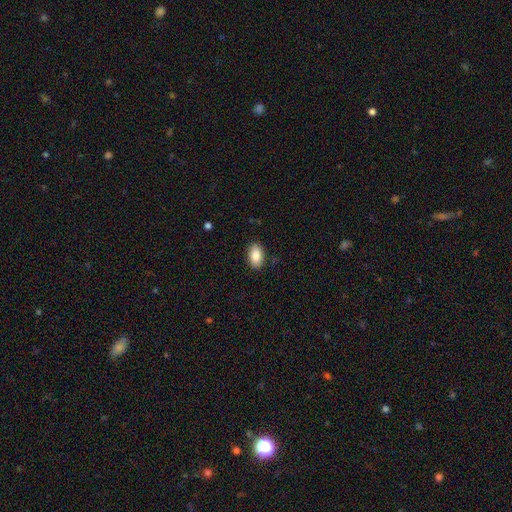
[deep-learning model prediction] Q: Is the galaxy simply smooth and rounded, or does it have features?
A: smooth — 86%.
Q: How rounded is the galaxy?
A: in between — 92%.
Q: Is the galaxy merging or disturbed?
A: none — 87%.